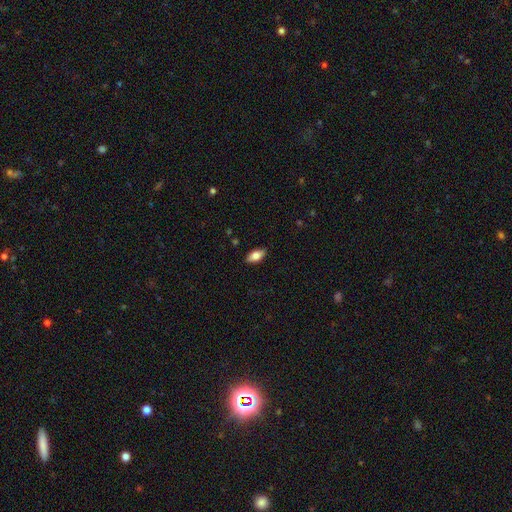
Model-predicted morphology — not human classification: Smooth or featured? Predicted: smooth (p=0.74). How rounded? Predicted: in between (p=0.88). Merging? Predicted: none (p=0.88).